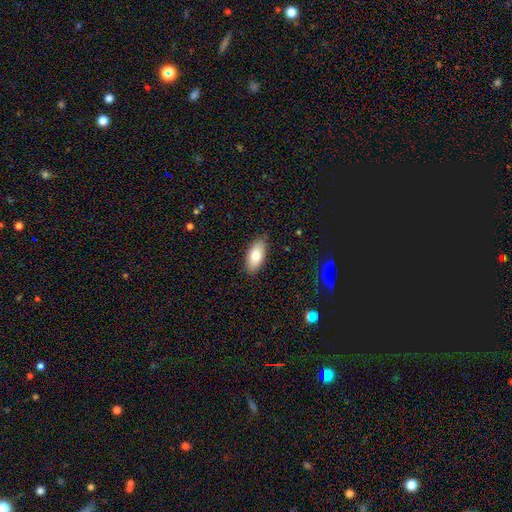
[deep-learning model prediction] Smooth or featured? Predicted: smooth (p=0.79). How rounded? Predicted: in between (p=0.90). Merging? Predicted: none (p=0.86).